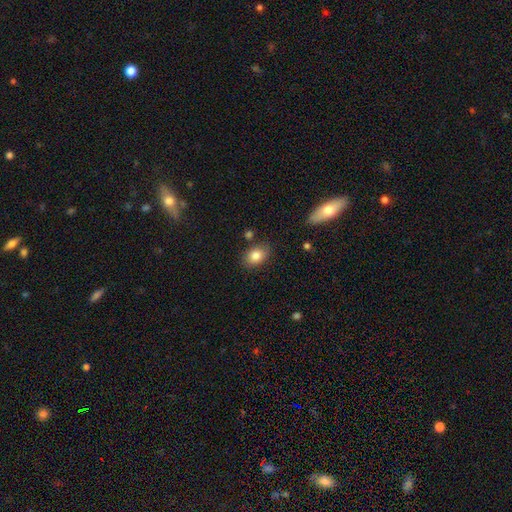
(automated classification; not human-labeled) Overall: smooth (83%). How rounded: in between (77%). Merging: none (80%).